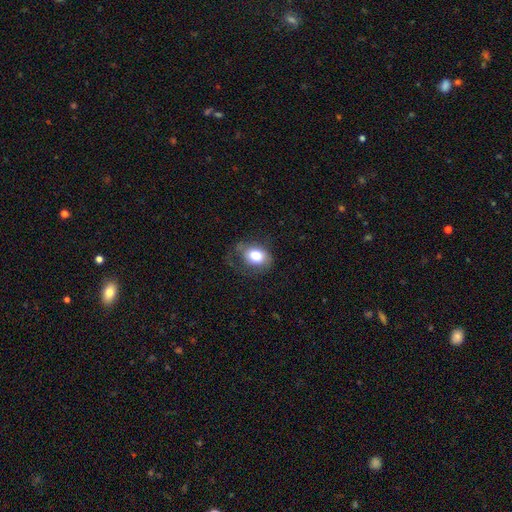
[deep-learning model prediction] Smooth or featured?
  - smooth: 76% *
  - featured or disk: 16%
  - star or artifact: 9%
How rounded?
  - in between: 63% *
  - round: 36%
  - cigar-shaped: 1%
Merging?
  - none: 48% *
  - minor disturbance: 28%
  - major disturbance: 22%
  - merger: 2%